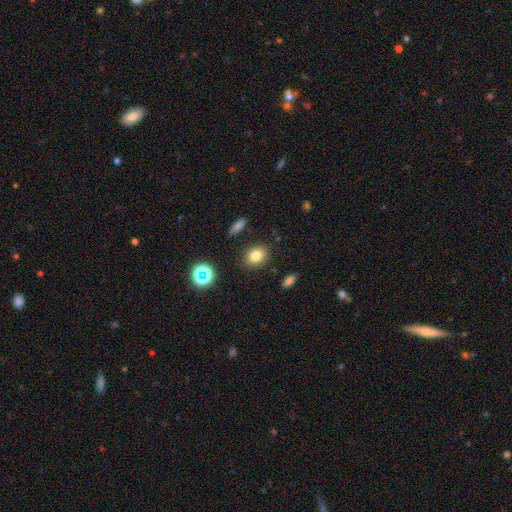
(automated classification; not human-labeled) Q: Smooth or featured?
A: smooth (77%); runner-up: star or artifact (14%)
Q: How rounded?
A: in between (55%); runner-up: round (44%)
Q: Merging?
A: none (85%); runner-up: minor disturbance (10%)